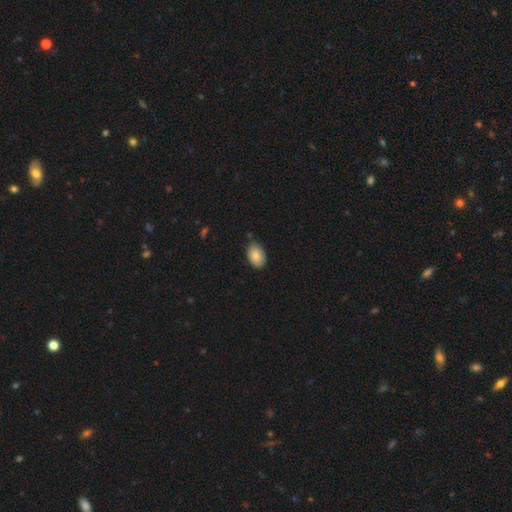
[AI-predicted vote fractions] smooth_or_featured: smooth (p=0.84) [alt: featured or disk p=0.09]
how_rounded: in between (p=0.92) [alt: round p=0.07]
merging: none (p=0.81) [alt: minor disturbance p=0.14]